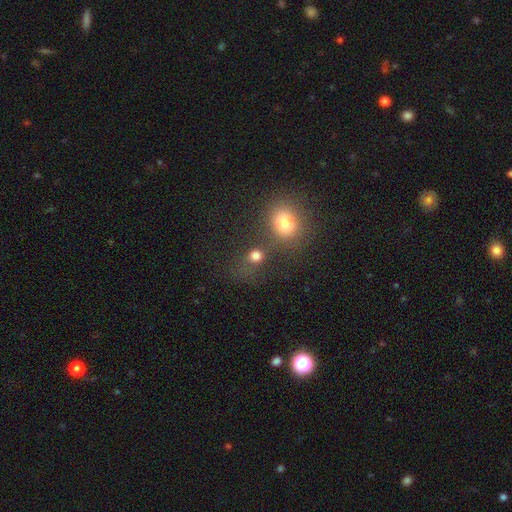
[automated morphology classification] type=smooth (76%); roundness=round (75%); merging=none (54%).